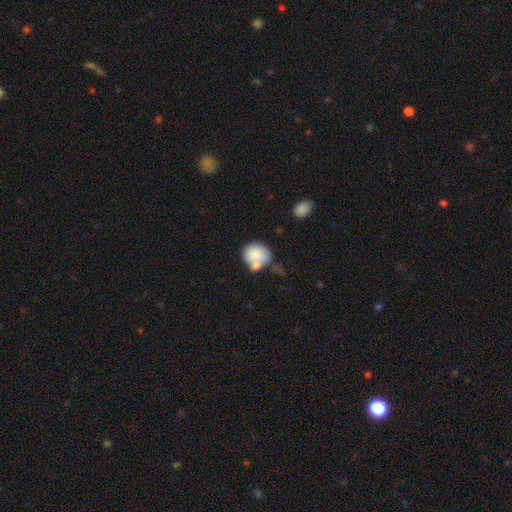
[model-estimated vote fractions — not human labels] Morphology: type=smooth (77%); roundness=round (72%); merging=merger (38%).